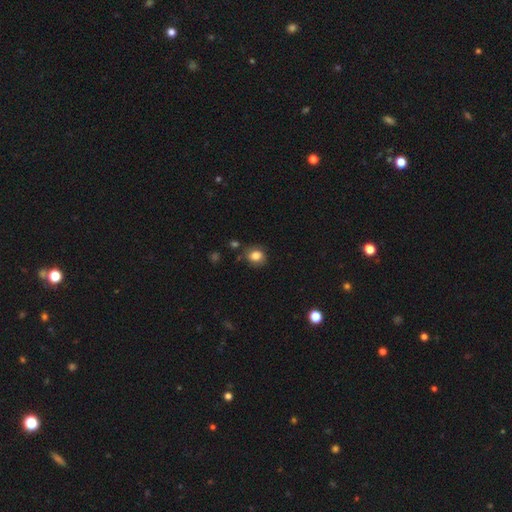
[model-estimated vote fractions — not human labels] Smooth or featured? smooth (81%)
How rounded? round (60%)
Merging? none (74%)